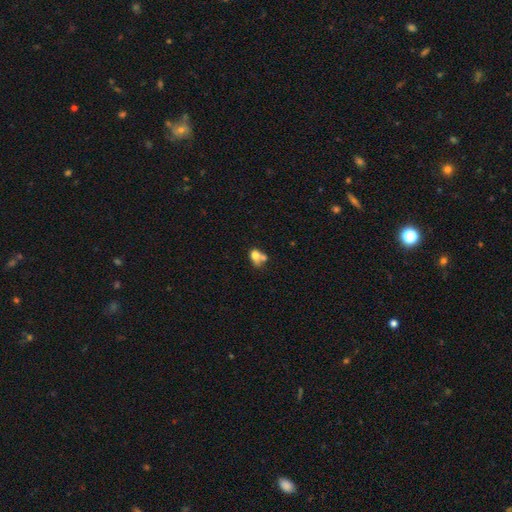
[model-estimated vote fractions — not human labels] A smooth galaxy with no disk features (69%) that is in between round and cigar-shaped (57%). Merging: merger (53%).